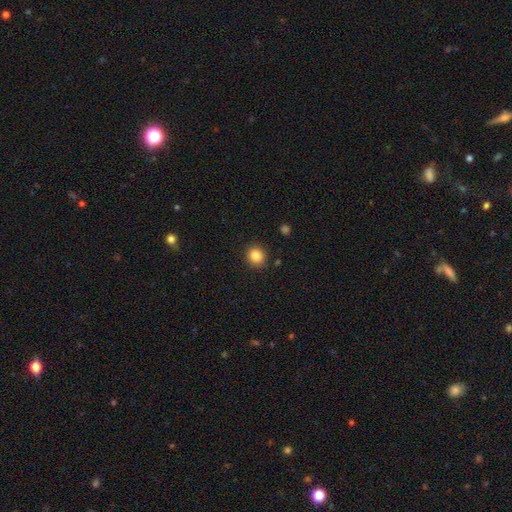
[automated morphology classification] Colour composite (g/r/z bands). It shows a smooth galaxy with no disk features (85%) that is round (82%). Merging: none (90%).